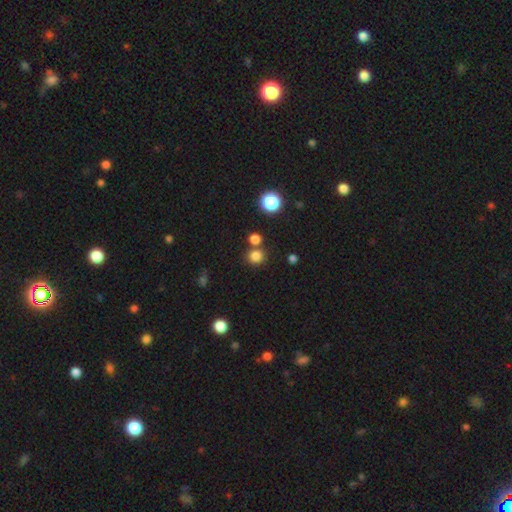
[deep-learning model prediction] A smooth galaxy with no disk features (79%) that is round (87%). Merging: none (73%).